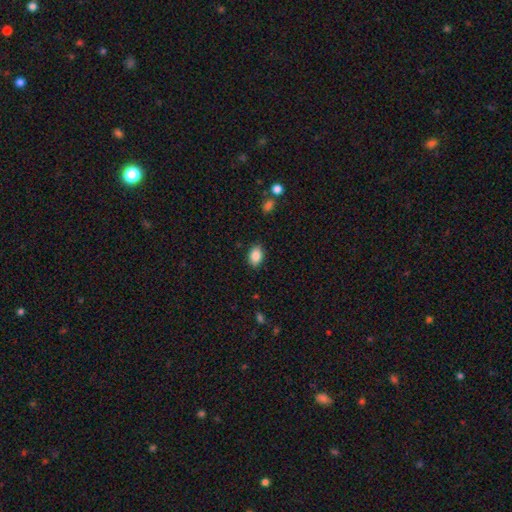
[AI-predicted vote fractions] A smooth galaxy with no disk features (87%) that is in between round and cigar-shaped (83%).

Vote fractions:
- Smooth or featured? smooth: 87% / star or artifact: 8% / featured or disk: 5%
- How rounded? in between: 83% / round: 16% / cigar-shaped: 1%
- Merging? none: 85% / minor disturbance: 11% / major disturbance: 3% / merger: 1%